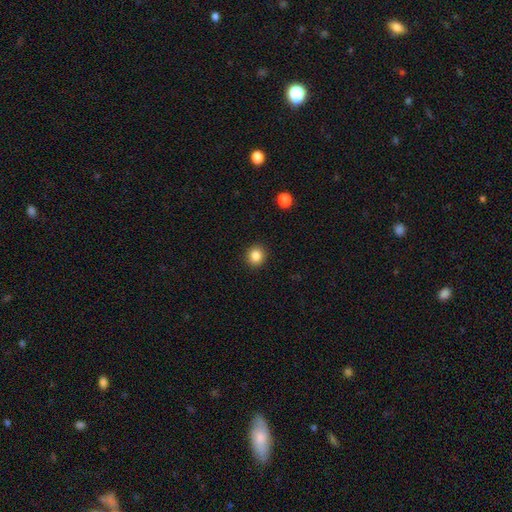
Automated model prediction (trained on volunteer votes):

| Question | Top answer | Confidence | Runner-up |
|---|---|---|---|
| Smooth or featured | smooth | 85% | star or artifact (11%) |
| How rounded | round | 86% | in between (13%) |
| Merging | none | 92% | minor disturbance (5%) |